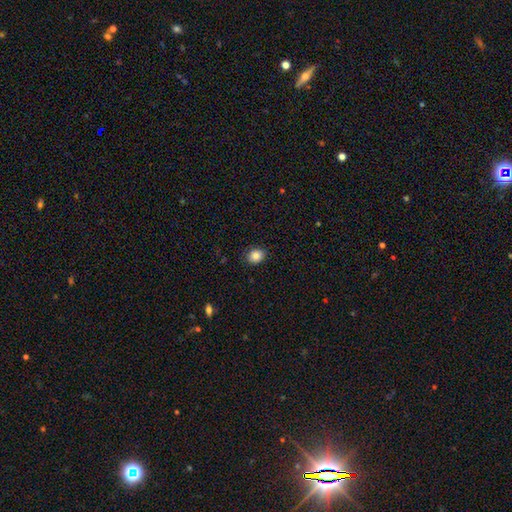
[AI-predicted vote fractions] This appears to be a smooth galaxy with no disk features (85%) that is round (58%). Merging: none (88%).